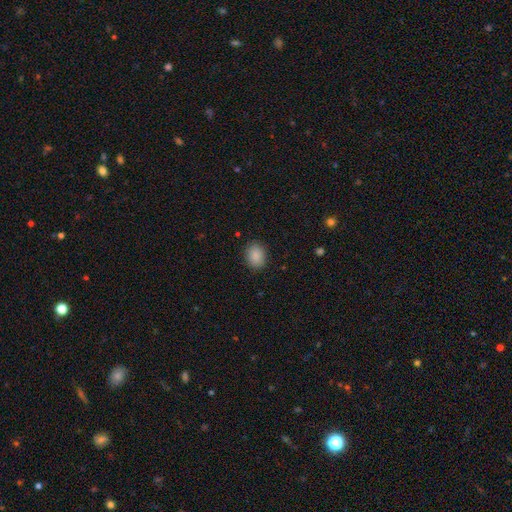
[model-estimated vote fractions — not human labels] Smooth or featured?
  - smooth: 89% *
  - star or artifact: 8%
  - featured or disk: 3%
How rounded?
  - in between: 62% *
  - round: 37%
  - cigar-shaped: 1%
Merging?
  - none: 87% *
  - minor disturbance: 9%
  - major disturbance: 3%
  - merger: 1%